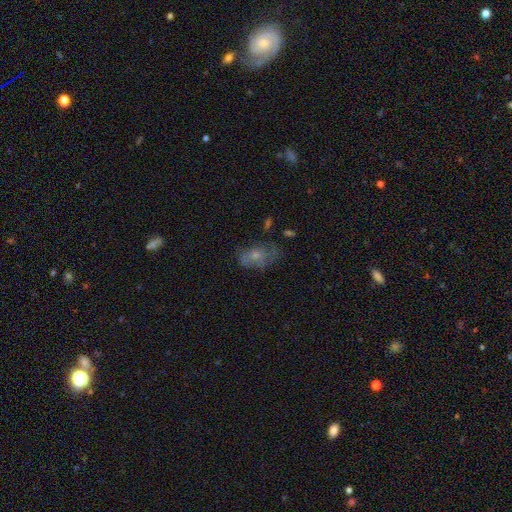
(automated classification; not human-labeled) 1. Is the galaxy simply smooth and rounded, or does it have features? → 57% smooth, 32% featured or disk, 11% star or artifact.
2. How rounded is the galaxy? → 85% in between, 12% round, 3% cigar-shaped.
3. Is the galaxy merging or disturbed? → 45% none, 31% minor disturbance, 20% major disturbance, 4% merger.